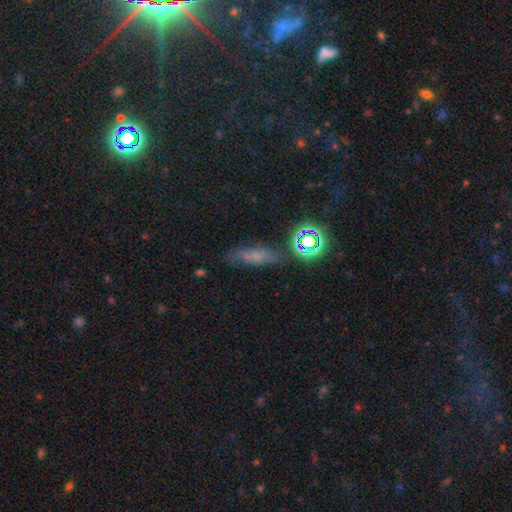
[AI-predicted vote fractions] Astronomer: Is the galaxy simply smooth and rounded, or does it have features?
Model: smooth — 49% (runner-up: star or artifact, 27%).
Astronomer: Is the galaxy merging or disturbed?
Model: none — 65%.